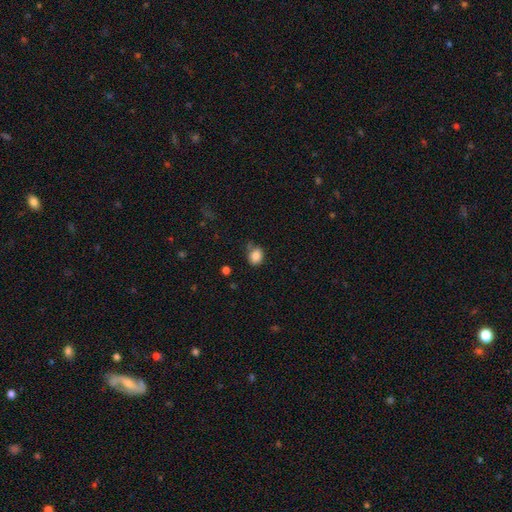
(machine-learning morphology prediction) smooth 85%, star or artifact 10%, featured or disk 5%. Down the decision tree: how rounded — round (59%); merging — none (69%).